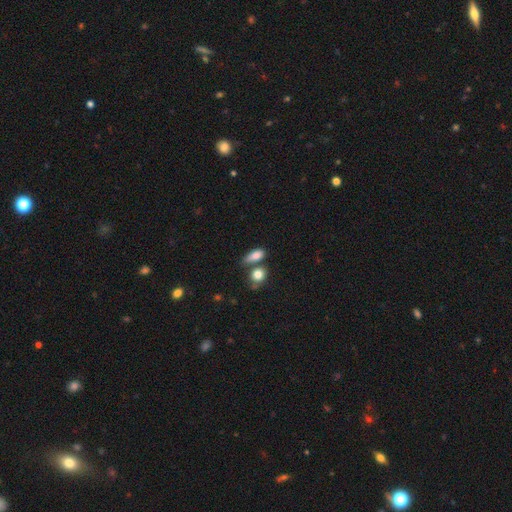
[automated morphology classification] Smooth or featured? smooth (83%)
How rounded? in between (75%)
Merging? none (49%)